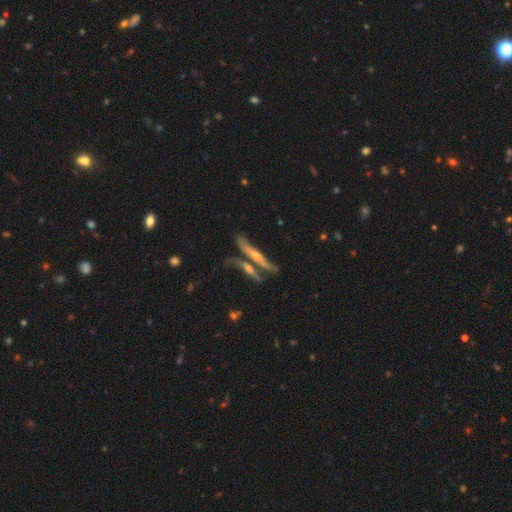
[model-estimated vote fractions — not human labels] Q: Smooth or featured?
A: featured or disk (68%); runner-up: smooth (24%)
Q: Edge-on disk?
A: yes (90%); runner-up: no (10%)
Q: Edge-on bulge?
A: rounded (71%); runner-up: none (24%)
Q: Merging?
A: none (60%); runner-up: merger (24%)